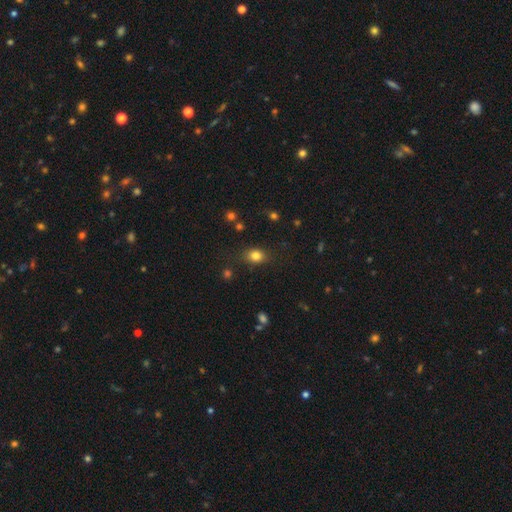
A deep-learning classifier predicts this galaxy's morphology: A smooth galaxy with no disk features (82%) that is in between round and cigar-shaped (55%). Merging: none (79%).